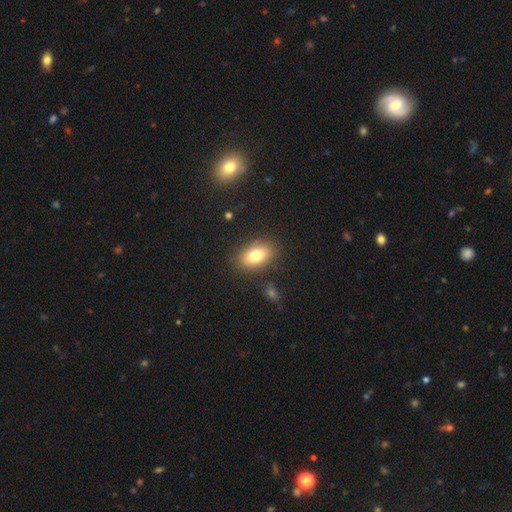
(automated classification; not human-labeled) The model was most divided on "smooth or featured": smooth: 77%, featured or disk: 14%, star or artifact: 9%. More confident: how rounded — in between (86%); merging — none (85%).